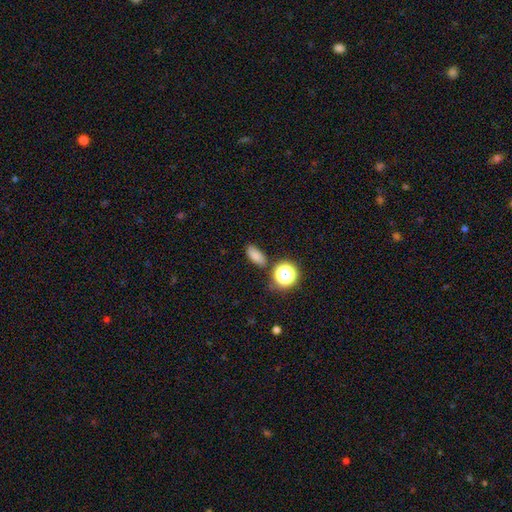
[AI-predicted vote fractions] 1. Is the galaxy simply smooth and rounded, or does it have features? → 79% smooth, 15% star or artifact, 6% featured or disk.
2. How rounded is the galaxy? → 79% in between, 14% round, 7% cigar-shaped.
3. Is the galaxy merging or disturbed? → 81% none, 11% minor disturbance, 5% merger, 3% major disturbance.